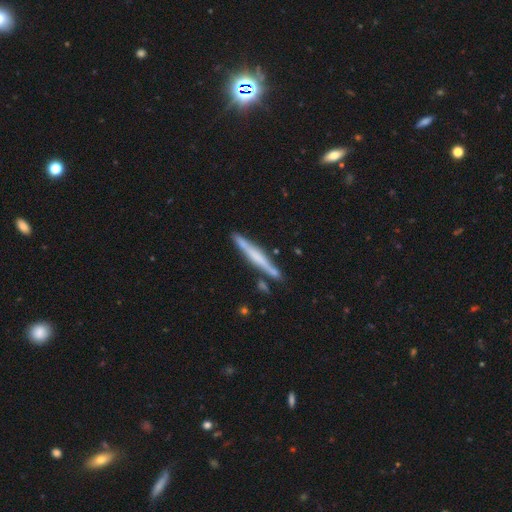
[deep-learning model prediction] Q: Smooth or featured?
A: featured or disk (57%); runner-up: smooth (37%)
Q: Edge-on disk?
A: yes (97%); runner-up: no (3%)
Q: Edge-on bulge?
A: none (51%); runner-up: rounded (31%)
Q: Merging?
A: none (83%); runner-up: minor disturbance (10%)